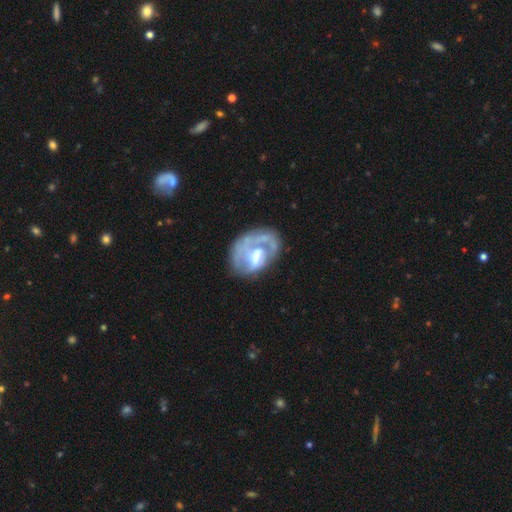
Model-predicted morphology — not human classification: A featured or disk galaxy (67%) with no bar (44%), spiral arms (59%) and a moderate central bulge (46%). Merging: none (49%).